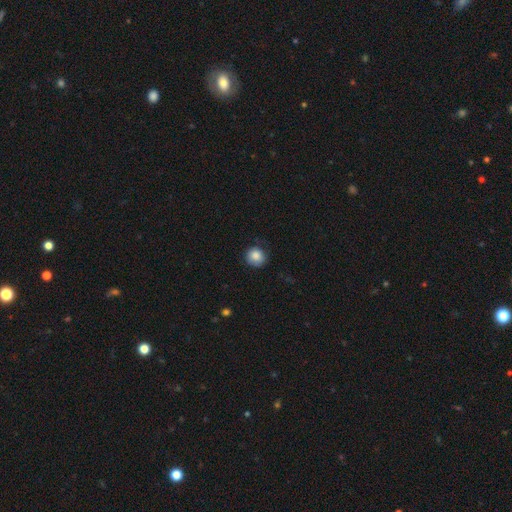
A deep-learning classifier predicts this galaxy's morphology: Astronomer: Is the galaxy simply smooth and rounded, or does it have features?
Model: smooth — 85%.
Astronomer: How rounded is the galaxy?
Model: round — 89%.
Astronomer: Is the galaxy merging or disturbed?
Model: none — 75%.